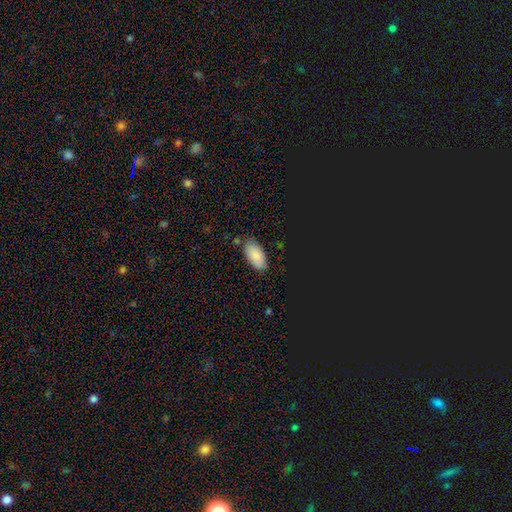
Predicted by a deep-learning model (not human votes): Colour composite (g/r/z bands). It shows a smooth galaxy with no disk features (84%) that is in between round and cigar-shaped (93%). Merging: none (79%).